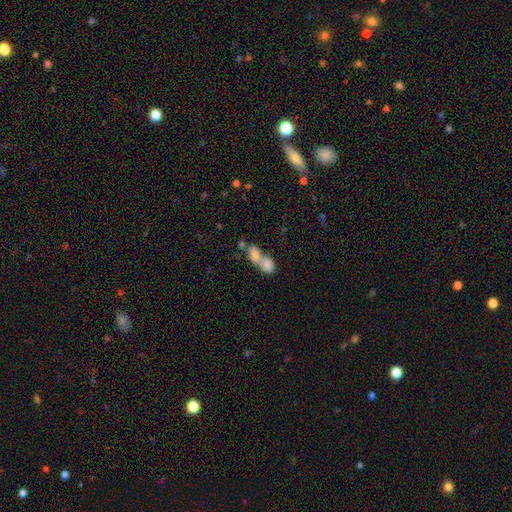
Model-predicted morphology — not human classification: type=smooth (52%); roundness=in between (54%); merging=merger (52%).